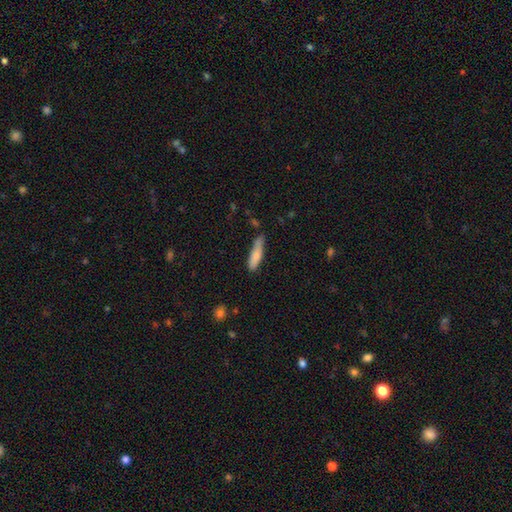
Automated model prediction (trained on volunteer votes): Smooth or featured? smooth (80%)
How rounded? cigar-shaped (72%)
Merging? none (62%)